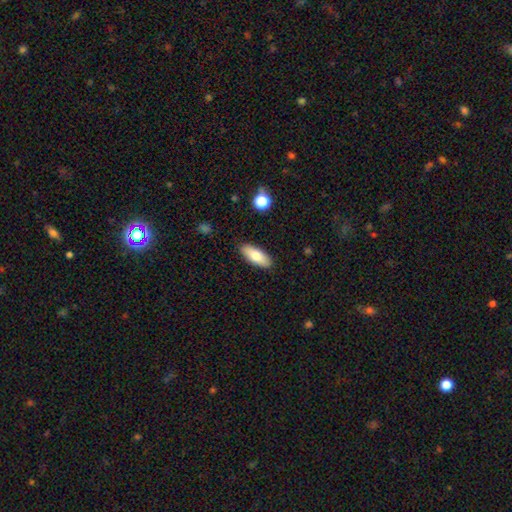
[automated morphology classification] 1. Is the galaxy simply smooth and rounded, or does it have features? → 77% smooth, 16% featured or disk, 6% star or artifact.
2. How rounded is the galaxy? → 74% in between, 23% cigar-shaped, 2% round.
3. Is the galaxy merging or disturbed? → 88% none, 8% minor disturbance, 2% major disturbance, 1% merger.